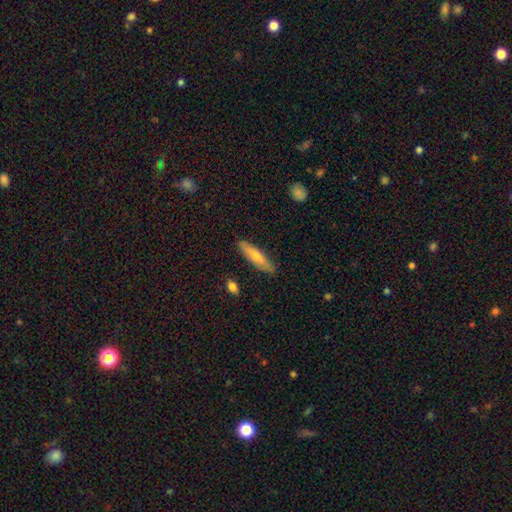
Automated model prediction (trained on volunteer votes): Q: Smooth or featured?
A: smooth (62%); runner-up: featured or disk (32%)
Q: How rounded?
A: cigar-shaped (77%); runner-up: in between (21%)
Q: Merging?
A: none (88%); runner-up: minor disturbance (9%)